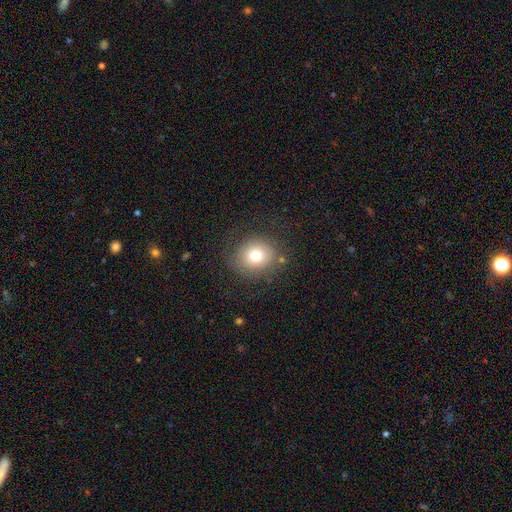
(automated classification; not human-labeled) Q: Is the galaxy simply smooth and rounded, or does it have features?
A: smooth — 75%.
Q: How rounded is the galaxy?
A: round — 77%.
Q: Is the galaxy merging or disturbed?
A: none — 77%.